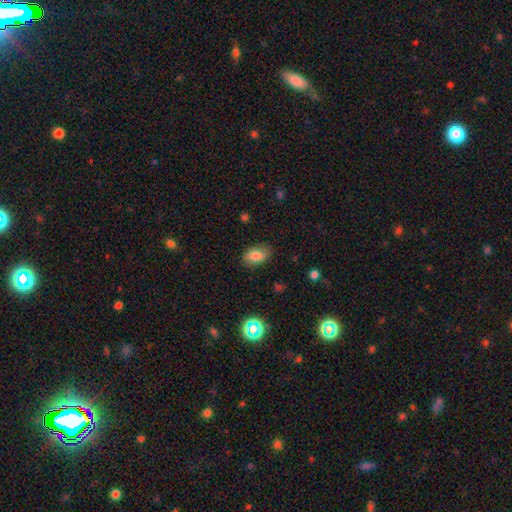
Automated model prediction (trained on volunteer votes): Morphology: type=smooth (81%); roundness=in between (88%); merging=none (82%).